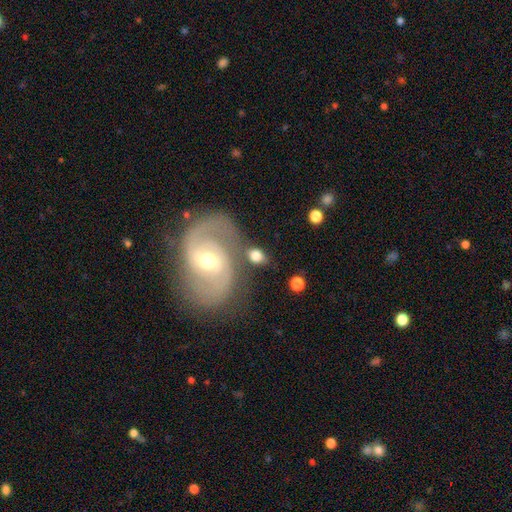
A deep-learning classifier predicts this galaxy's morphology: This appears to be a smooth galaxy with no disk features (58%) that is in between round and cigar-shaped (75%). Merging: none (61%).